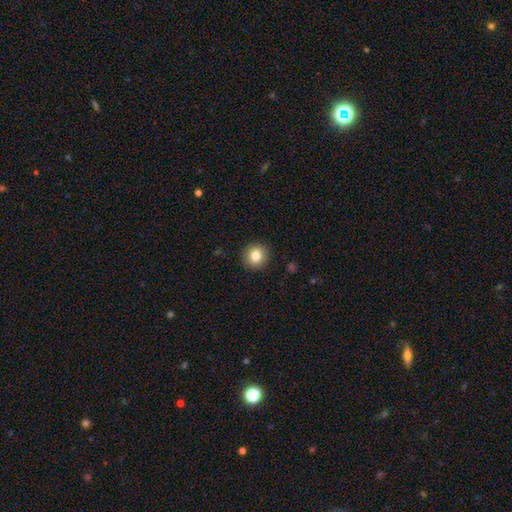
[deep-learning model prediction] smooth_or_featured: smooth (p=0.83) [alt: star or artifact p=0.10]
how_rounded: round (p=0.91) [alt: in between p=0.08]
merging: none (p=0.92) [alt: minor disturbance p=0.06]